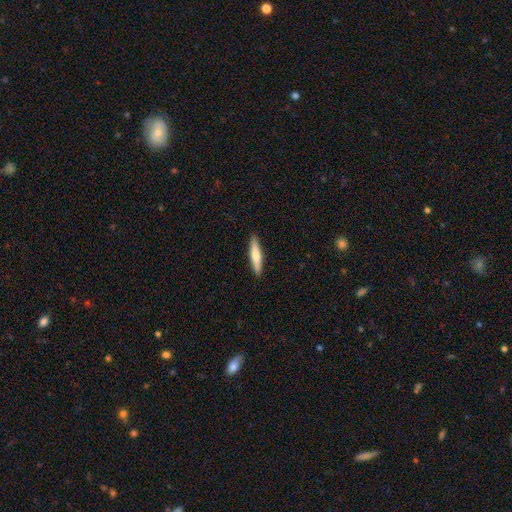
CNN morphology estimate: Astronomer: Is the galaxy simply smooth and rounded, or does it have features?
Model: smooth — 68%.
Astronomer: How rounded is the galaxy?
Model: cigar-shaped — 86%.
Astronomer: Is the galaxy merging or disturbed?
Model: none — 91%.